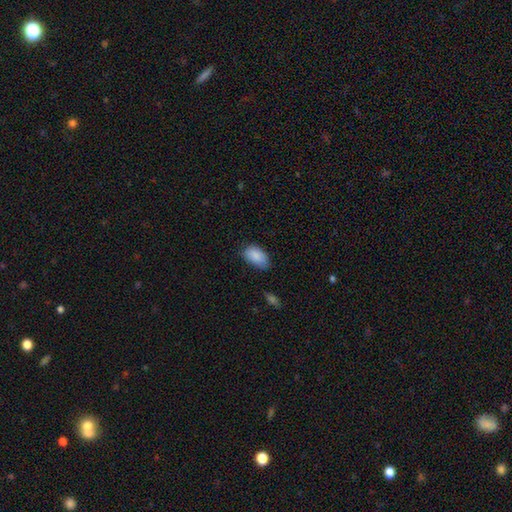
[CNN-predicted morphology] Smooth or featured: smooth — 88% (star or artifact — 7%)
How rounded: in between — 92% (round — 6%)
Merging: none — 69% (minor disturbance — 25%)